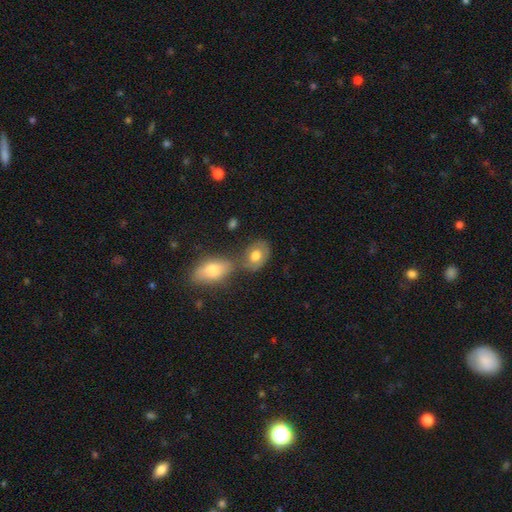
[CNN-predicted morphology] Q: Smooth or featured?
A: smooth (69%); runner-up: featured or disk (23%)
Q: How rounded?
A: in between (76%); runner-up: round (22%)
Q: Merging?
A: none (50%); runner-up: merger (27%)